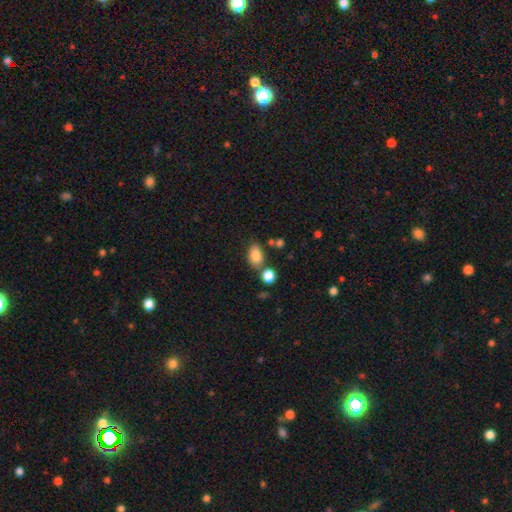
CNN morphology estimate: This is clearly a smooth galaxy (84%). How rounded: clearly in between (84%). Merging: likely none (68%).